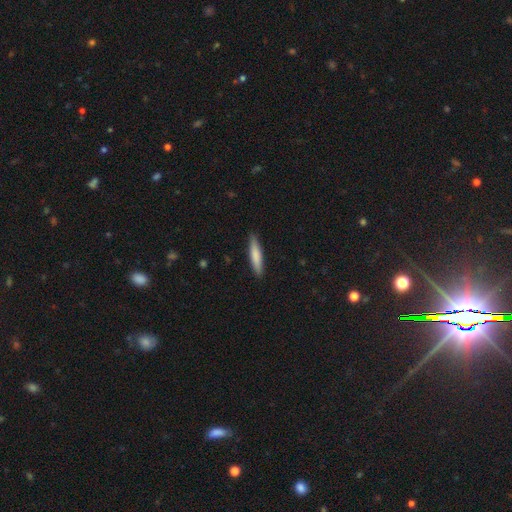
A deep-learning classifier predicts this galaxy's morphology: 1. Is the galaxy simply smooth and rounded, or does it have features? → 78% smooth, 17% featured or disk, 5% star or artifact.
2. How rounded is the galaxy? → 87% cigar-shaped, 12% in between, 1% round.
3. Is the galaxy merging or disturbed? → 89% none, 8% minor disturbance, 2% major disturbance, 1% merger.